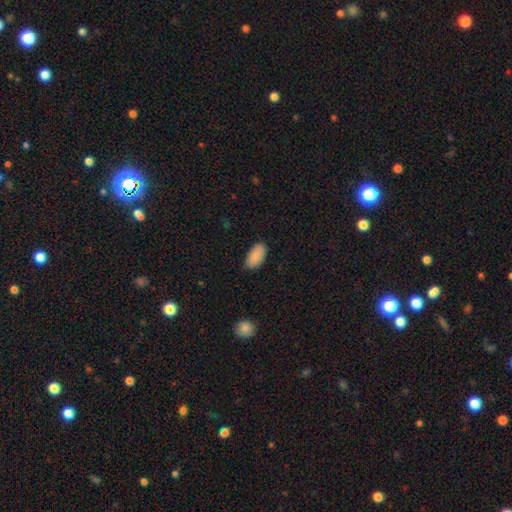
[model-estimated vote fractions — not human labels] Smooth or featured? Predicted: smooth (p=0.89). How rounded? Predicted: in between (p=0.95). Merging? Predicted: none (p=0.85).